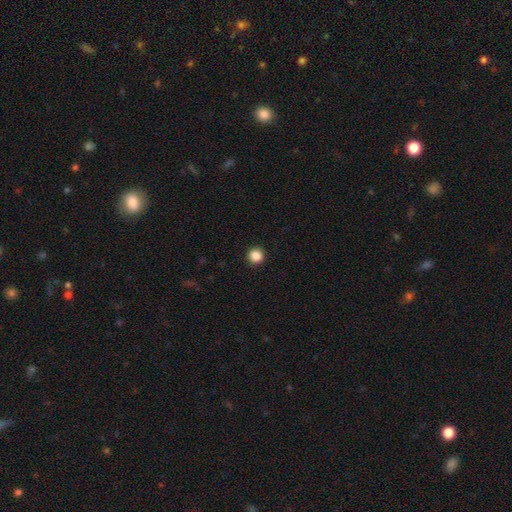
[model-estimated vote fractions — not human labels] The model was most divided on "smooth or featured": smooth: 87%, star or artifact: 10%, featured or disk: 3%. More confident: how rounded — round (95%); merging — none (93%).